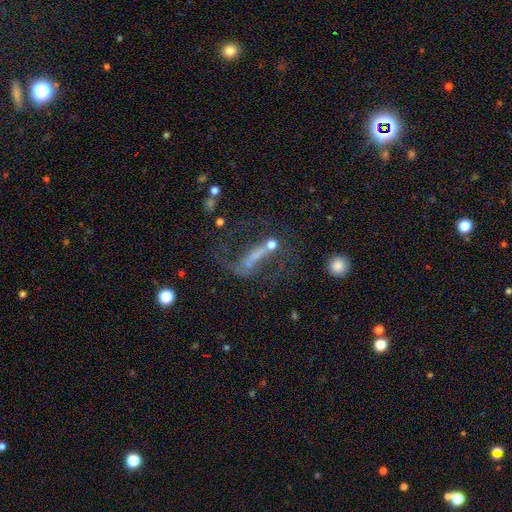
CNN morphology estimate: Q: Smooth or featured?
A: featured or disk (63%); runner-up: smooth (19%)
Q: Edge-on disk?
A: no (88%); runner-up: yes (12%)
Q: Bar?
A: strong (47%); runner-up: weak (28%)
Q: Spiral arms?
A: yes (66%); runner-up: no (34%)
Q: Bulge size?
A: none (36%); runner-up: small (33%)
Q: Merging?
A: none (40%); runner-up: major disturbance (32%)